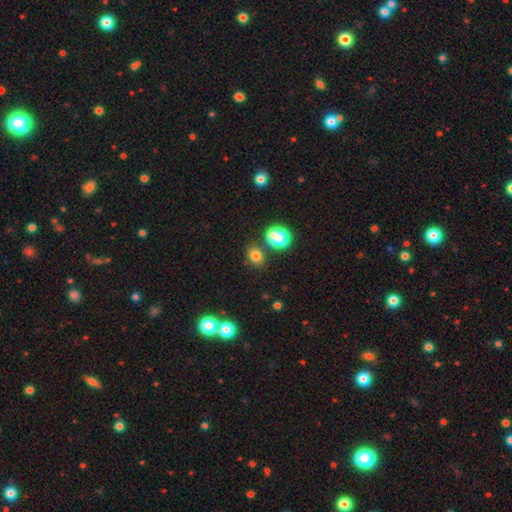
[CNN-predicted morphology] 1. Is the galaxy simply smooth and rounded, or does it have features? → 75% smooth, 18% star or artifact, 7% featured or disk.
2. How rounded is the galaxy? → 52% round, 47% in between, 1% cigar-shaped.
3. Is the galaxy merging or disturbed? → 77% none, 10% minor disturbance, 10% merger, 3% major disturbance.